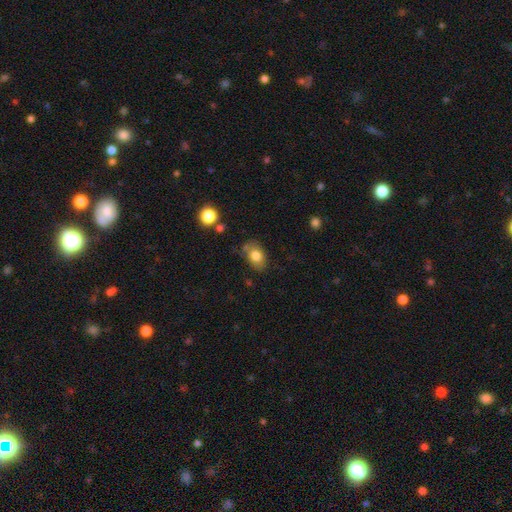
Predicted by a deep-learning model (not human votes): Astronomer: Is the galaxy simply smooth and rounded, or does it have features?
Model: smooth — 79%.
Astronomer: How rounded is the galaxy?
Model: in between — 76%.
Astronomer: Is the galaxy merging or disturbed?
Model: none — 68%.